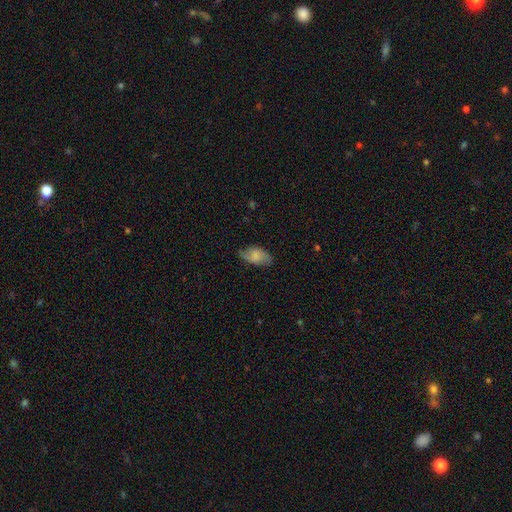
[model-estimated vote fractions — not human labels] Morphology: type=smooth (56%); roundness=in between (92%); merging=none (70%).